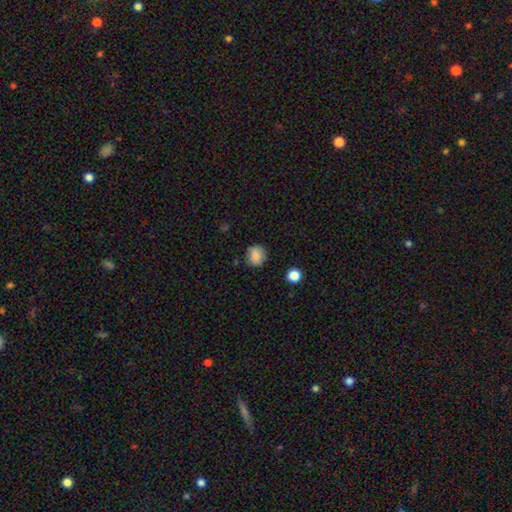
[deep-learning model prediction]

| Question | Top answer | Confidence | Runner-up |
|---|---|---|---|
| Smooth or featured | smooth | 84% | star or artifact (10%) |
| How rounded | round | 80% | in between (19%) |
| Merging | none | 81% | minor disturbance (14%) |